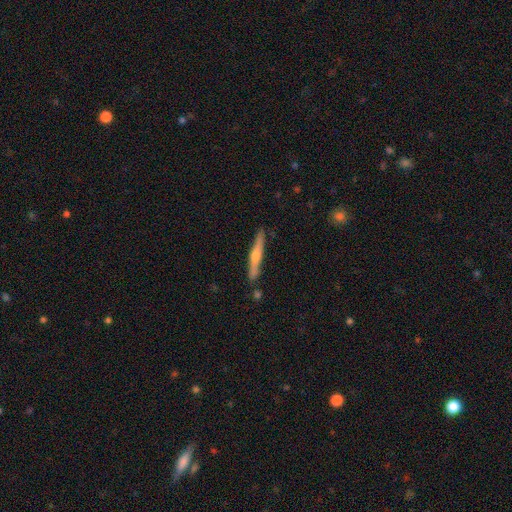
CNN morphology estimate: smooth_or_featured: featured or disk (p=0.64) [alt: smooth p=0.30]
disk_edge_on: yes (p=0.97) [alt: no p=0.03]
edge_on_bulge: rounded (p=0.86) [alt: none p=0.10]
merging: none (p=0.88) [alt: minor disturbance p=0.08]